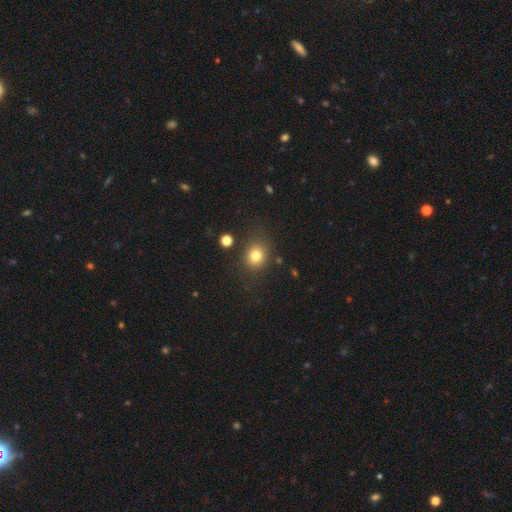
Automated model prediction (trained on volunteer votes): This is likely a smooth galaxy (79%). How rounded: likely round (68%). Merging: likely none (80%).